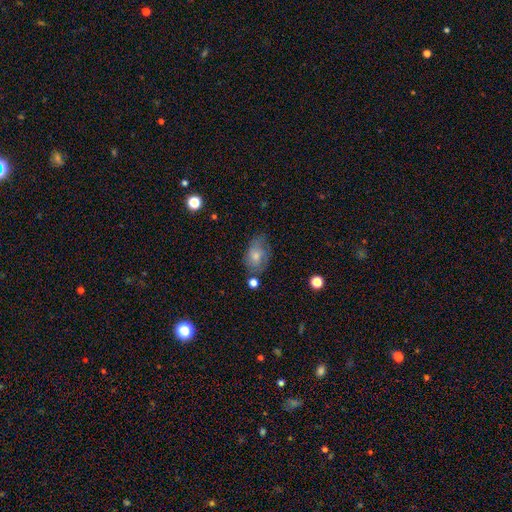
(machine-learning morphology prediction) Smooth or featured? Predicted: smooth (p=0.52). How rounded? Predicted: in between (p=0.82). Merging? Predicted: none (p=0.63).